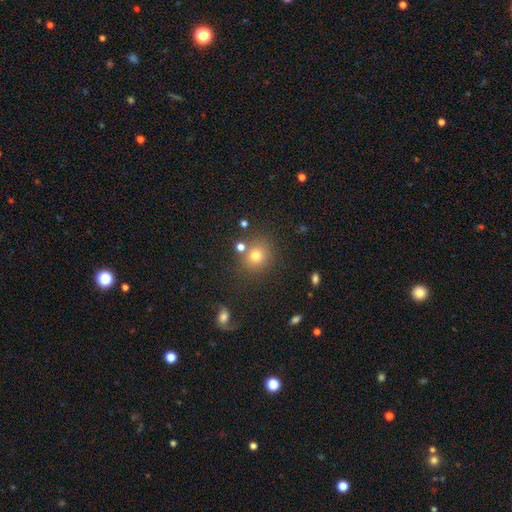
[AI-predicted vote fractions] Overall: smooth (74%). How rounded: round (85%). Merging: none (76%).